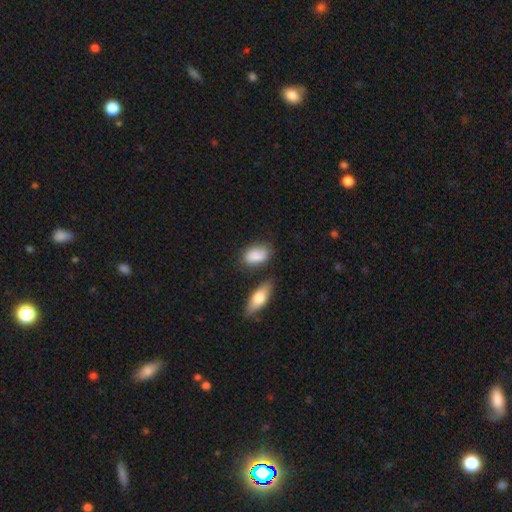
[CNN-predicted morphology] Smooth or featured? Predicted: smooth (p=0.87). How rounded? Predicted: in between (p=0.88). Merging? Predicted: none (p=0.65).